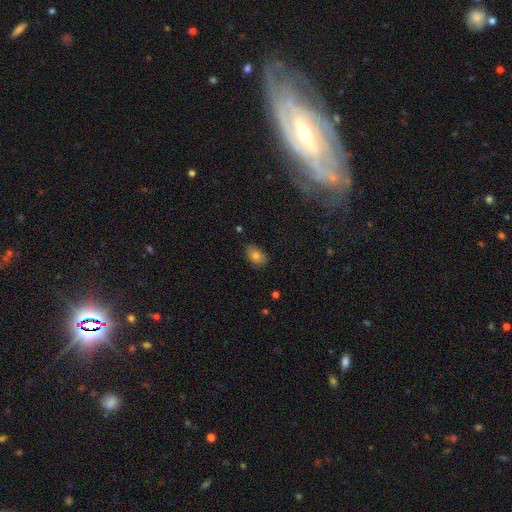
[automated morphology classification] A smooth galaxy with no disk features (79%) that is in between round and cigar-shaped (89%).

Vote fractions:
- Smooth or featured? smooth: 79% / featured or disk: 11% / star or artifact: 10%
- How rounded? in between: 89% / round: 9% / cigar-shaped: 2%
- Merging? none: 79% / minor disturbance: 17% / major disturbance: 3% / merger: 1%